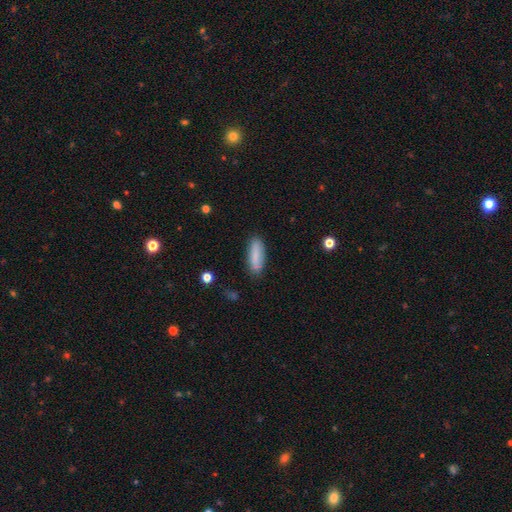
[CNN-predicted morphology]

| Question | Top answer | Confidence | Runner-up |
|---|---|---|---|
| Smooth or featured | smooth | 84% | featured or disk (9%) |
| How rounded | in between | 63% | cigar-shaped (36%) |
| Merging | none | 82% | minor disturbance (13%) |